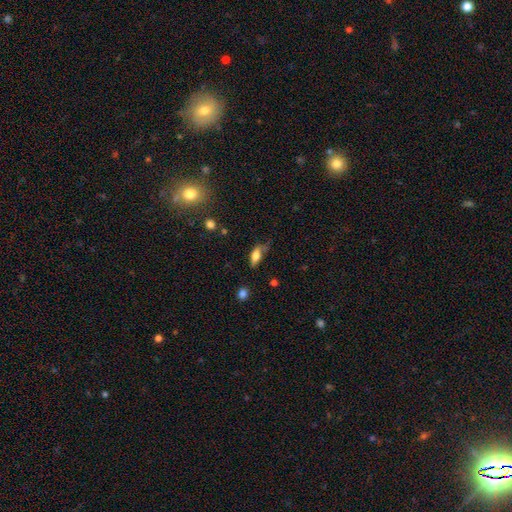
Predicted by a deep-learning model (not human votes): A smooth galaxy with no disk features (72%) that is in between round and cigar-shaped (78%).

Vote fractions:
- Smooth or featured? smooth: 72% / featured or disk: 20% / star or artifact: 9%
- How rounded? in between: 78% / cigar-shaped: 17% / round: 4%
- Merging? none: 46% / minor disturbance: 36% / major disturbance: 14% / merger: 4%